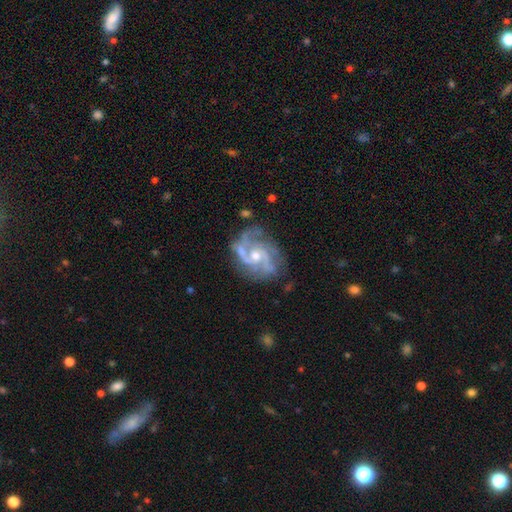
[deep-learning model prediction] smooth-or-featured: featured or disk: 89% | star or artifact: 6% | smooth: 5%
  disk-edge-on: no: 98% | yes: 2%
    bar: no: 59% | weak: 33% | strong: 8%
    has-spiral-arms: yes: 97% | no: 3%
      spiral-winding: medium: 52% | tight: 33% | loose: 15%
      spiral-arm-count: 2: 50% | 3: 25% | can't tell: 11% | 4: 6% | 1: 4% | more than 4: 4%
    bulge-size: moderate: 55% | small: 41% | large: 2% | none: 1% | dominant: 1%
  merging: none: 66% | minor disturbance: 20% | major disturbance: 10% | merger: 3%